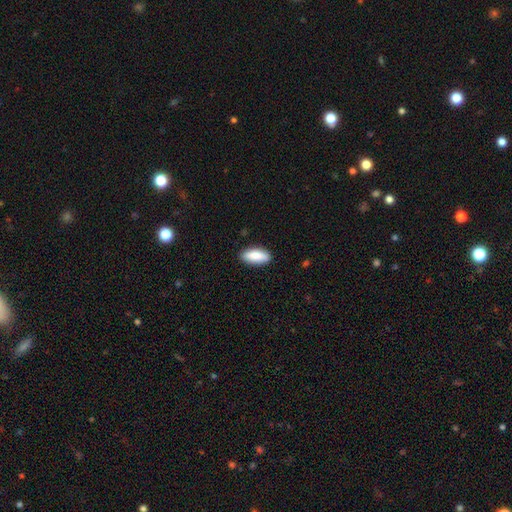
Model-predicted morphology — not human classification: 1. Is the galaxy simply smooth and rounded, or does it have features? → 85% smooth, 9% featured or disk, 6% star or artifact.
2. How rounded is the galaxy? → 80% in between, 18% cigar-shaped, 2% round.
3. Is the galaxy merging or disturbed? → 88% none, 9% minor disturbance, 2% major disturbance, 1% merger.